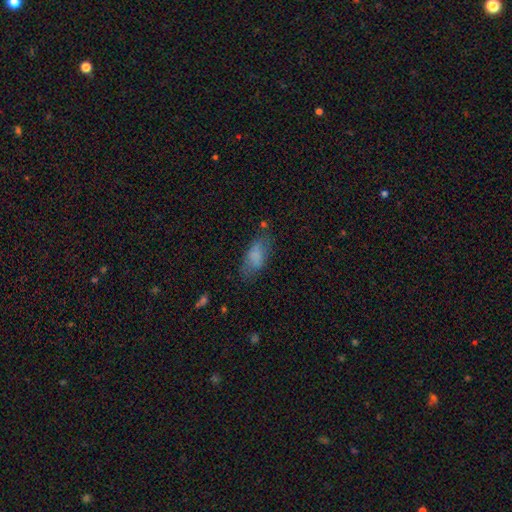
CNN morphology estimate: A smooth galaxy with no disk features (74%) that is in between round and cigar-shaped (84%).

Vote fractions:
- Smooth or featured? smooth: 74% / featured or disk: 17% / star or artifact: 9%
- How rounded? in between: 84% / cigar-shaped: 13% / round: 3%
- Merging? none: 63% / minor disturbance: 23% / major disturbance: 12% / merger: 3%